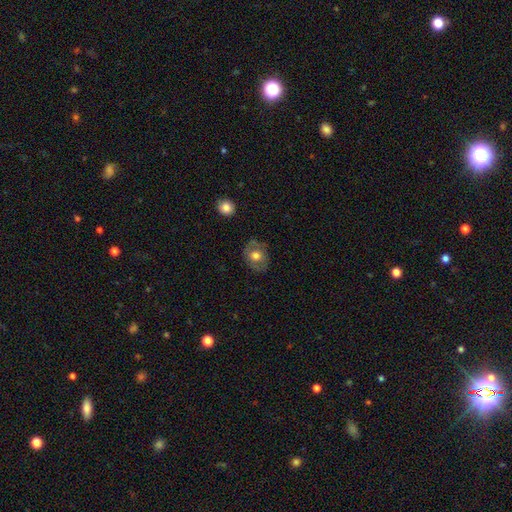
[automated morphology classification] Smooth or featured? Predicted: smooth (p=0.57). How rounded? Predicted: round (p=0.54). Merging? Predicted: none (p=0.77).